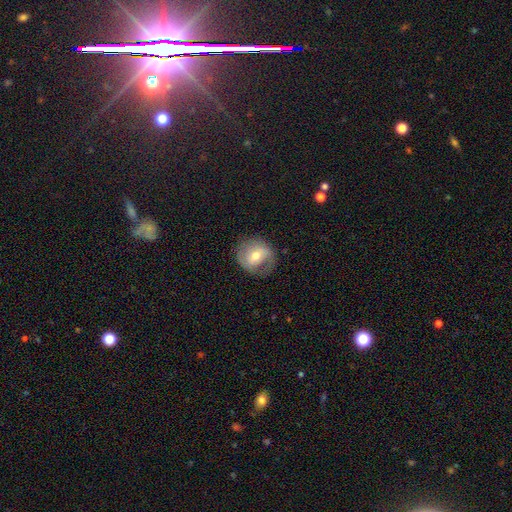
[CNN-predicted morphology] A featured or disk galaxy (52%).

Vote fractions:
- Smooth or featured? featured or disk: 52% / smooth: 41% / star or artifact: 7%
- Edge-on disk? no: 95% / yes: 5%
- Merging? none: 71% / minor disturbance: 18% / major disturbance: 9% / merger: 1%